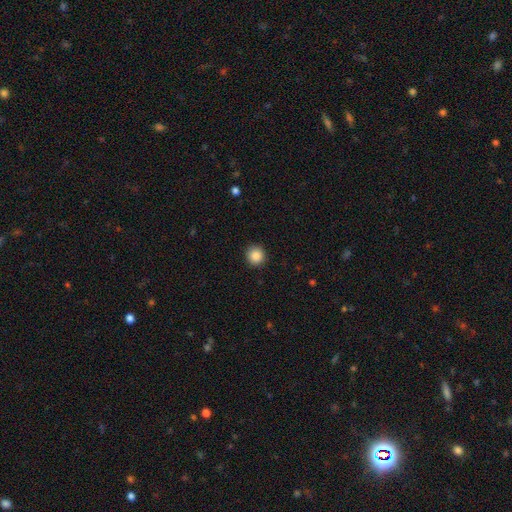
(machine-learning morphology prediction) smooth 87%, star or artifact 9%, featured or disk 3%. Down the decision tree: how rounded — round (94%); merging — none (92%).